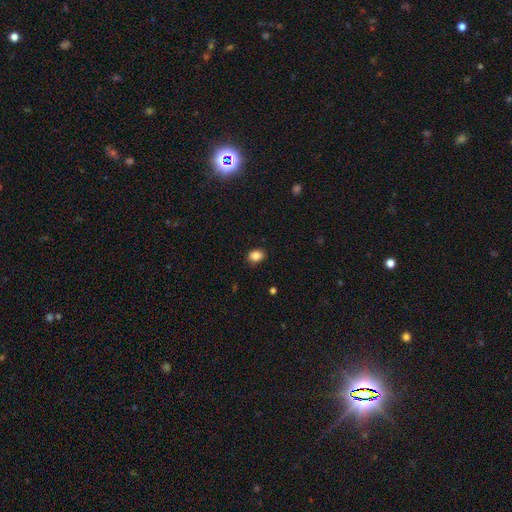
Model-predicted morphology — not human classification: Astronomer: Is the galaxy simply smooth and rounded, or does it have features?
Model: smooth — 86%.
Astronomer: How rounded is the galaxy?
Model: in between — 60% (runner-up: round, 39%).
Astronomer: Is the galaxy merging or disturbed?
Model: none — 86%.